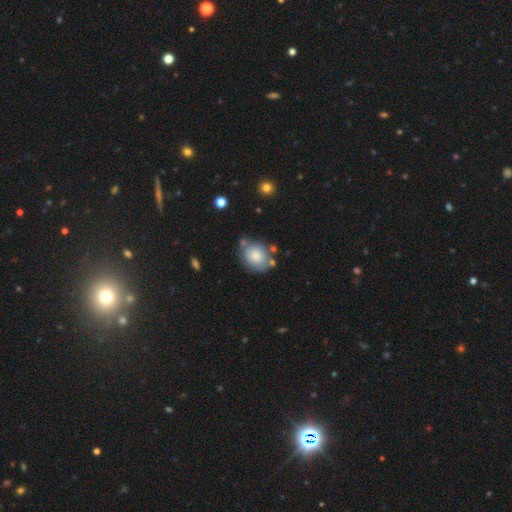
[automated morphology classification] smooth 78%, featured or disk 14%, star or artifact 8%. Down the decision tree: how rounded — round (53%); merging — none (65%).